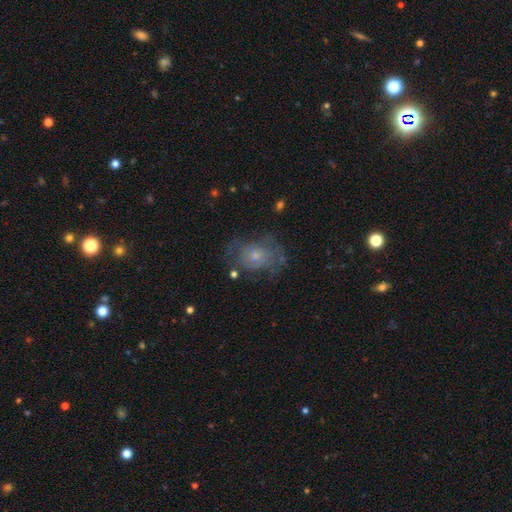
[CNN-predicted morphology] type=featured or disk (55%); edge-on=no (97%); bar=no (82%); spiral arms=yes (62%); bulge=small (50%); merging=none (57%).